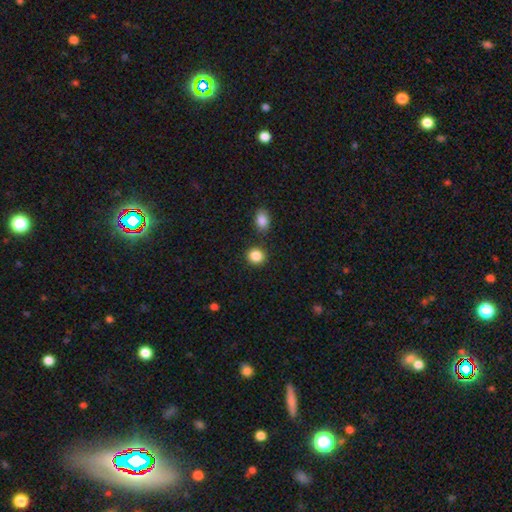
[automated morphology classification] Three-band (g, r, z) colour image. It shows a smooth galaxy with no disk features (87%) that is round (84%). Merging: none (84%).